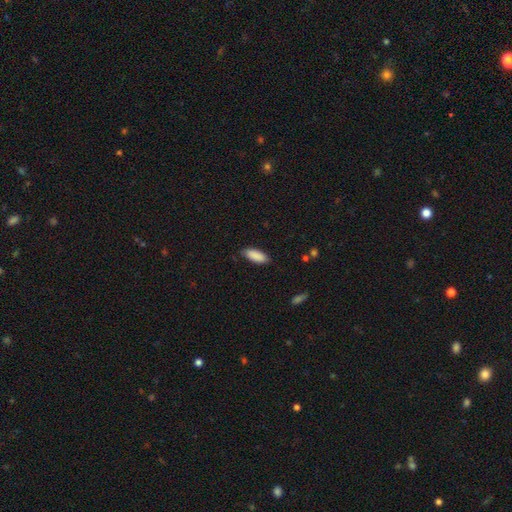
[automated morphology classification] Smooth or featured? smooth (90%)
How rounded? in between (77%)
Merging? none (83%)